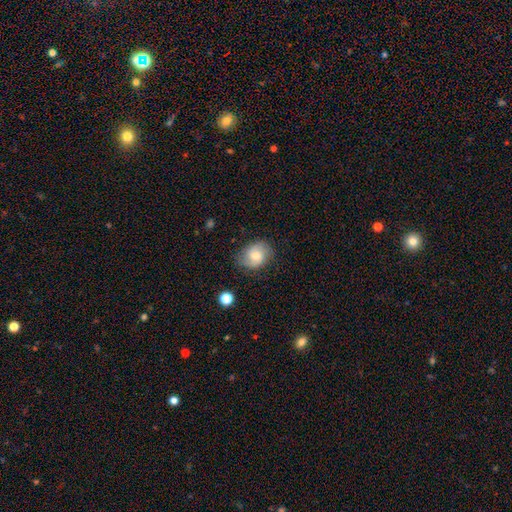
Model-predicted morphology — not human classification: type=featured or disk (47%); merging=none (73%).